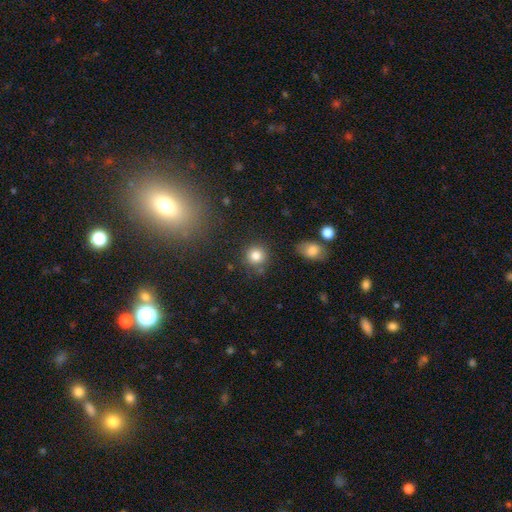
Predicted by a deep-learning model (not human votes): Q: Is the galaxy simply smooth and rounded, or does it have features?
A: smooth — 83%.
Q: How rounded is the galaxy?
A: round — 90%.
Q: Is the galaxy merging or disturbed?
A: none — 82%.